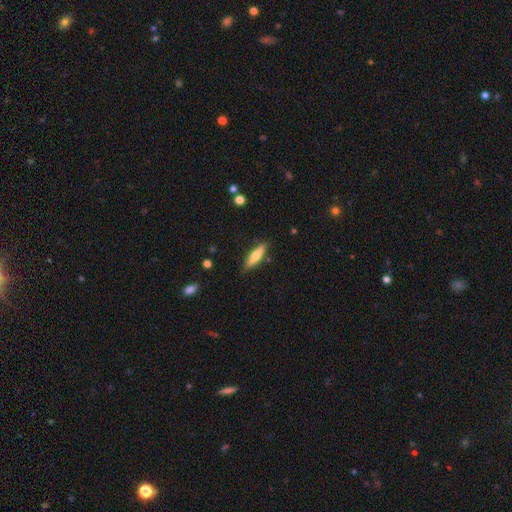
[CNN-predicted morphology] smooth 65%, featured or disk 29%, star or artifact 6%. Down the decision tree: how rounded — cigar-shaped (68%); merging — none (85%).